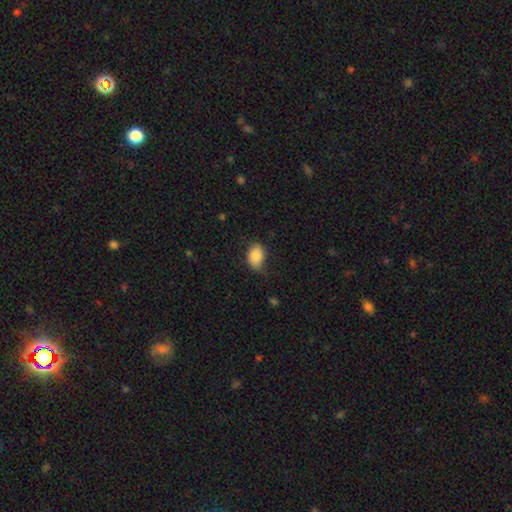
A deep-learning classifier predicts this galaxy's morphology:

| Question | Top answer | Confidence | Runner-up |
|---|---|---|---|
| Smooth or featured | smooth | 84% | featured or disk (9%) |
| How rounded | in between | 81% | round (18%) |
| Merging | none | 63% | minor disturbance (28%) |